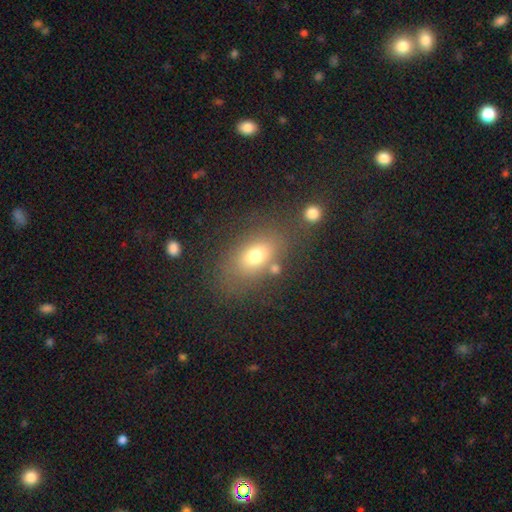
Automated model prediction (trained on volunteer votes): Q: Smooth or featured?
A: smooth (71%); runner-up: featured or disk (17%)
Q: How rounded?
A: in between (78%); runner-up: round (19%)
Q: Merging?
A: none (70%); runner-up: minor disturbance (14%)